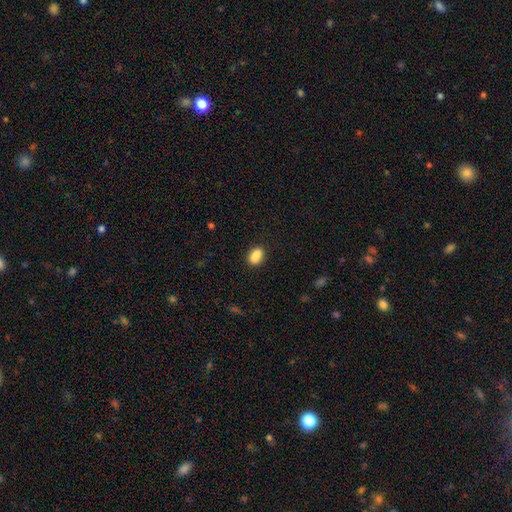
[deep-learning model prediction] Morphology: type=smooth (81%); roundness=in between (69%); merging=none (50%).